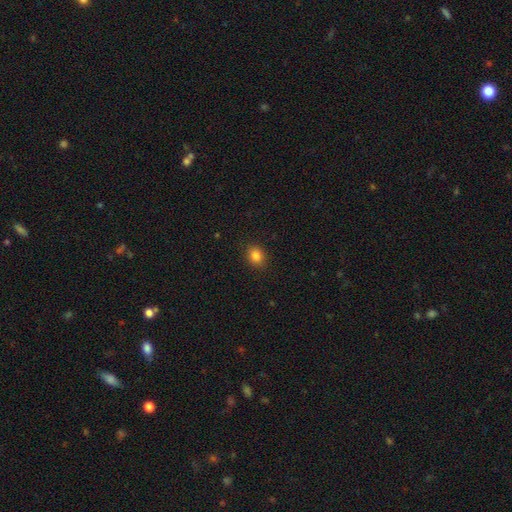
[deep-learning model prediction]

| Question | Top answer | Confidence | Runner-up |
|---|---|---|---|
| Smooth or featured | smooth | 84% | star or artifact (11%) |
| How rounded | round | 51% | in between (48%) |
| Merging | none | 89% | minor disturbance (8%) |